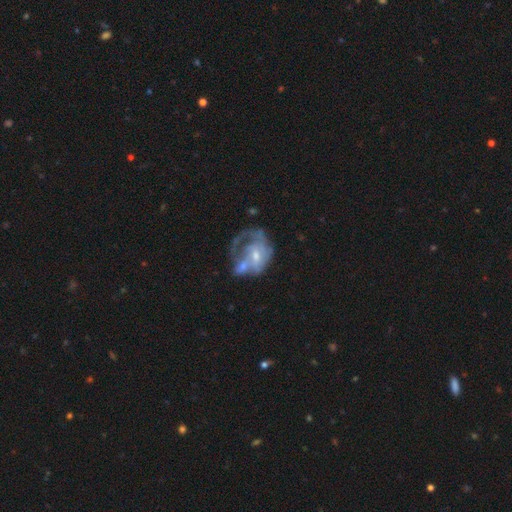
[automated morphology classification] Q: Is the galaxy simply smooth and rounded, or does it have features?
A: featured or disk — 70%.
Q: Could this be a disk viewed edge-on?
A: no — 97%.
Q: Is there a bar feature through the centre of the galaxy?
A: no — 63%.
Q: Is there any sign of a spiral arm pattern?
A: yes — 60%.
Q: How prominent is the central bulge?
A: moderate — 47%.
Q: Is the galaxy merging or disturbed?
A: major disturbance — 33%.